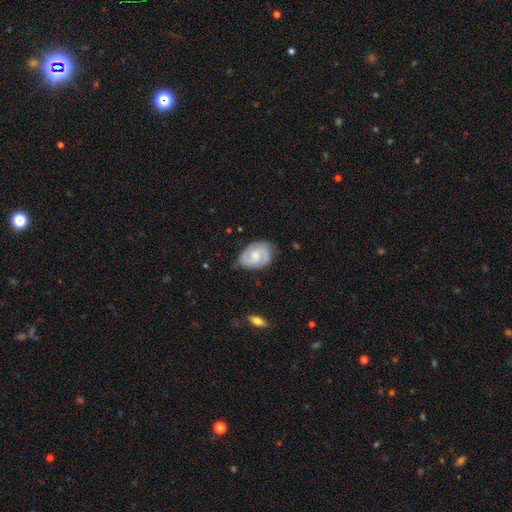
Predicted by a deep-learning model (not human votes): Smooth or featured? featured or disk (74%)
Edge-on disk? no (97%)
Bar? no (53%)
Spiral arms? yes (95%)
Spiral winding? tight (48%)
Spiral arm count? 2 (78%)
Bulge size? moderate (46%)
Merging? none (72%)